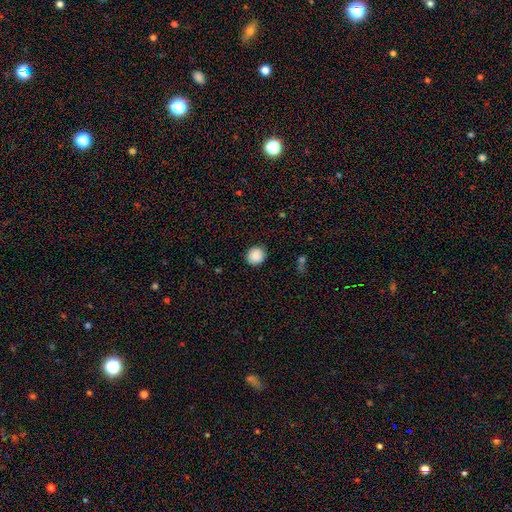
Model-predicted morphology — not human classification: This appears to be a smooth galaxy with no disk features (89%) that is round (86%). Merging: none (90%).